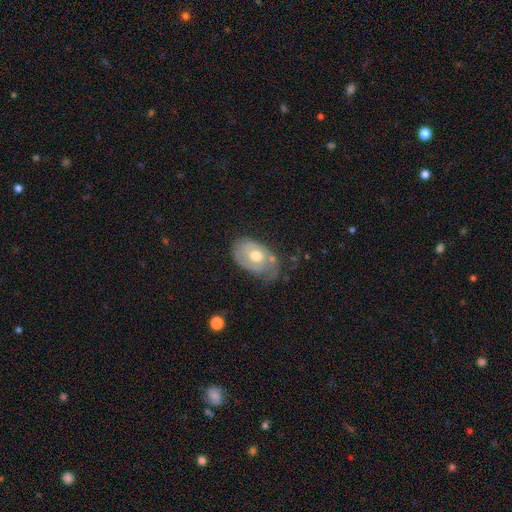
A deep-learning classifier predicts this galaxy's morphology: A featured or disk galaxy (55%) with no bar (81%), spiral arms (59%) and a moderate central bulge (76%). Merging: none (45%).